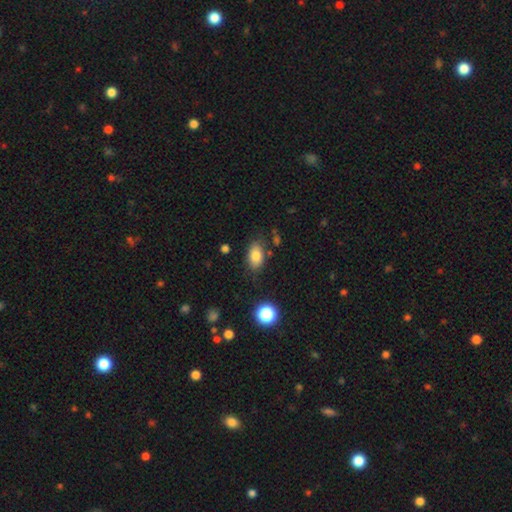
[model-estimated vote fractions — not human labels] Smooth or featured?
  - smooth: 81% *
  - star or artifact: 10%
  - featured or disk: 9%
How rounded?
  - in between: 88% *
  - round: 10%
  - cigar-shaped: 2%
Merging?
  - none: 78% *
  - minor disturbance: 15%
  - major disturbance: 4%
  - merger: 4%